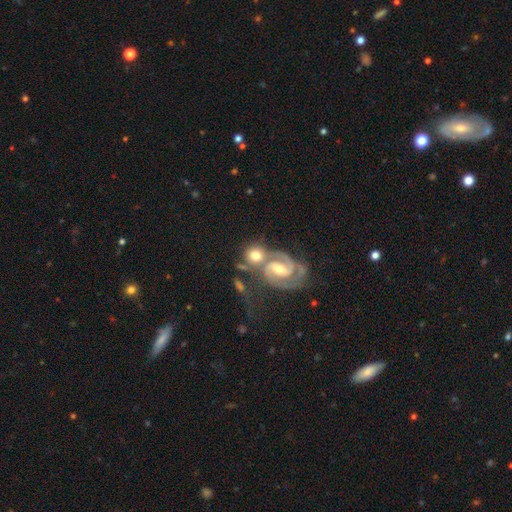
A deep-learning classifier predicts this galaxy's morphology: The model was most divided on "spiral winding": medium: 48%, tight: 42%, loose: 10%. Remaining: edge-on disk — no (96%); spiral arms — yes (93%); spiral arm count — 2 (80%); smooth or featured — featured or disk (60%); bulge size — moderate (59%); merging — merger (48%); bar — weak (45%).